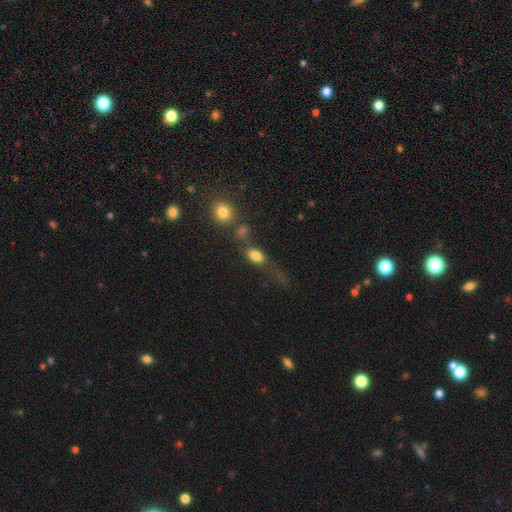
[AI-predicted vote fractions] Overall: smooth (80%). How rounded: in between (83%). Merging: none (46%; merger 18%).